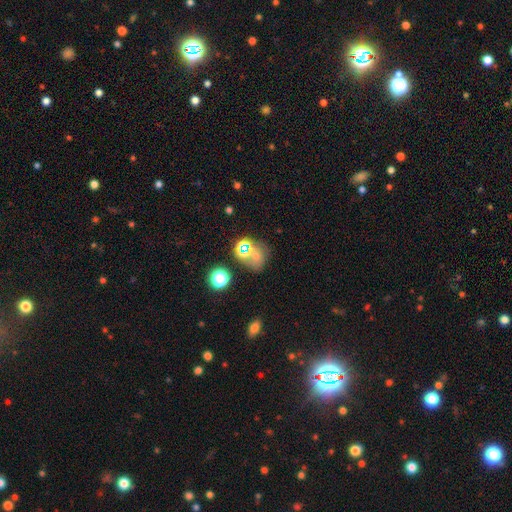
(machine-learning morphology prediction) A smooth galaxy with no disk features (52%) that is round (57%).

Vote fractions:
- Smooth or featured? smooth: 52% / star or artifact: 33% / featured or disk: 14%
- How rounded? round: 57% / in between: 41% / cigar-shaped: 1%
- Merging? none: 50% / merger: 23% / minor disturbance: 15% / major disturbance: 11%